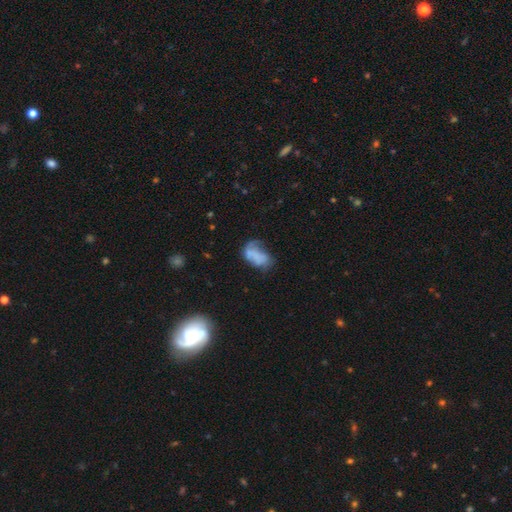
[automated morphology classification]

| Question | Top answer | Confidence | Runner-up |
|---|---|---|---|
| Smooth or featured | smooth | 53% | featured or disk (35%) |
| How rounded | in between | 88% | round (9%) |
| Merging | major disturbance | 36% | none (28%) |